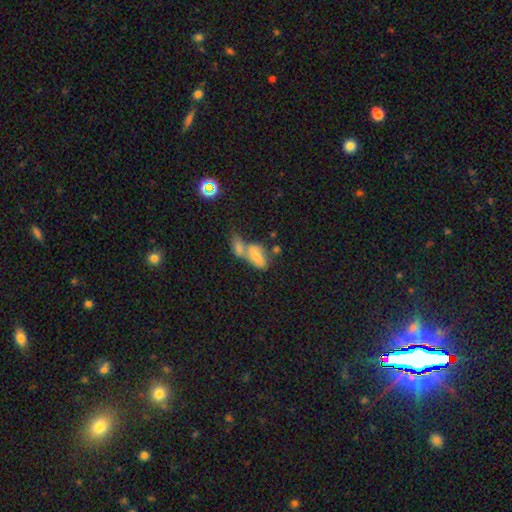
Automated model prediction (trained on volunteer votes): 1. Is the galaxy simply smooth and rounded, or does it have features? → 66% smooth, 24% featured or disk, 10% star or artifact.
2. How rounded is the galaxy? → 88% in between, 7% cigar-shaped, 4% round.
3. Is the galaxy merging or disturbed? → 67% merger, 18% none, 9% minor disturbance, 6% major disturbance.